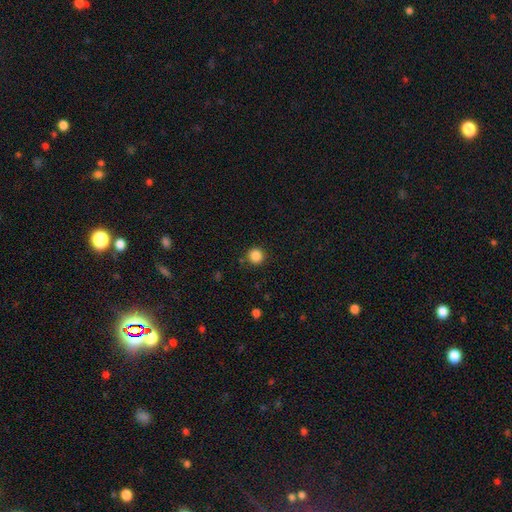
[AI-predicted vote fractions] Smooth or featured? Predicted: smooth (p=0.86). How rounded? Predicted: round (p=0.94). Merging? Predicted: none (p=0.89).